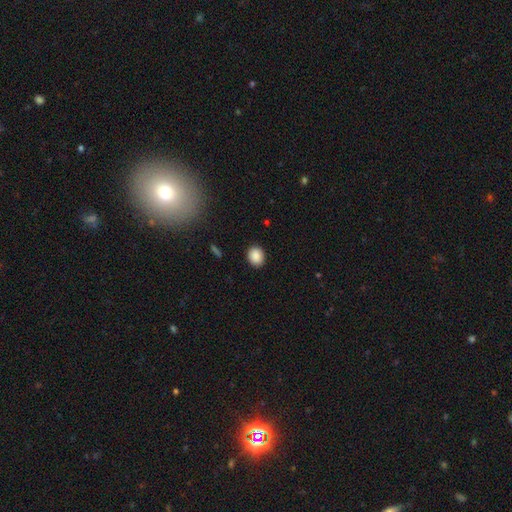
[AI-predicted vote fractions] smooth-or-featured: smooth: 88% | star or artifact: 9% | featured or disk: 3%
  how-rounded: round: 60% | in between: 39% | cigar-shaped: 1%
  merging: none: 90% | minor disturbance: 7% | major disturbance: 2% | merger: 1%